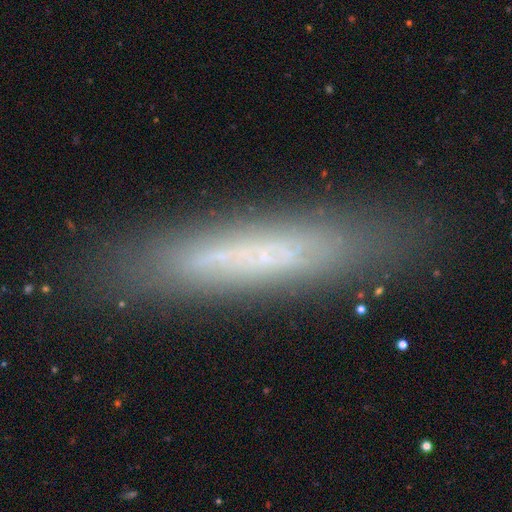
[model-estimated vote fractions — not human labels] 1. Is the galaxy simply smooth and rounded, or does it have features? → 49% smooth, 41% featured or disk, 10% star or artifact.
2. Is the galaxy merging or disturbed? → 85% none, 10% minor disturbance, 3% major disturbance, 2% merger.